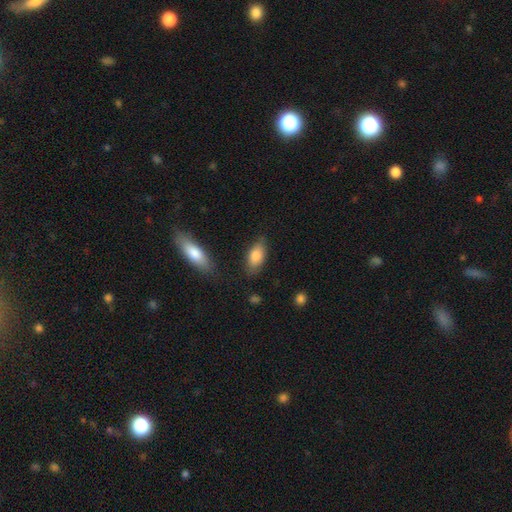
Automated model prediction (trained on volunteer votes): This appears to be a smooth galaxy with no disk features (83%) that is in between round and cigar-shaped (88%). Merging: none (78%).